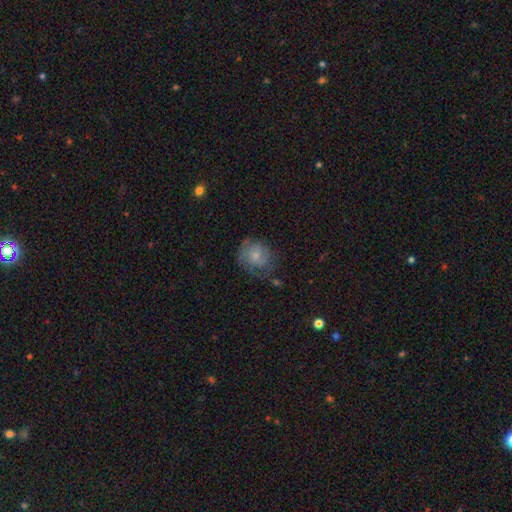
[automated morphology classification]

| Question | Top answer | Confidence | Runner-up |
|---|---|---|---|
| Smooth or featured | smooth | 54% | featured or disk (37%) |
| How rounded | round | 72% | in between (27%) |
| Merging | none | 47% | minor disturbance (28%) |